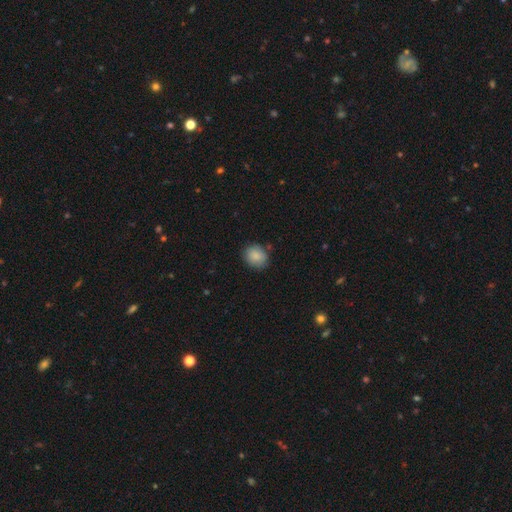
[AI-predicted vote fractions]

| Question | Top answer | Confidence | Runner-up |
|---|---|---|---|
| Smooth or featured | smooth | 87% | star or artifact (7%) |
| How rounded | round | 69% | in between (30%) |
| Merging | none | 81% | minor disturbance (14%) |